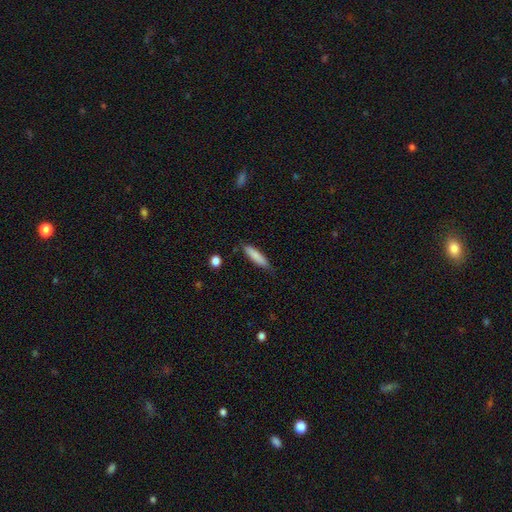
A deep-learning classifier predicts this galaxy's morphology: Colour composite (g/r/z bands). It shows a smooth galaxy with no disk features (82%) that is cigar-shaped (75%). Merging: none (81%).